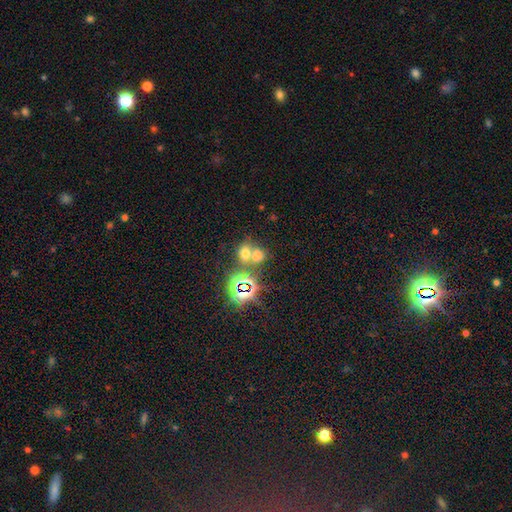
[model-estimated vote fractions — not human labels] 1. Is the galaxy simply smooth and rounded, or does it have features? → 43% smooth (tied), 43% star or artifact (tied), 14% featured or disk.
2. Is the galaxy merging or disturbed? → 47% merger, 40% none, 8% minor disturbance, 5% major disturbance.